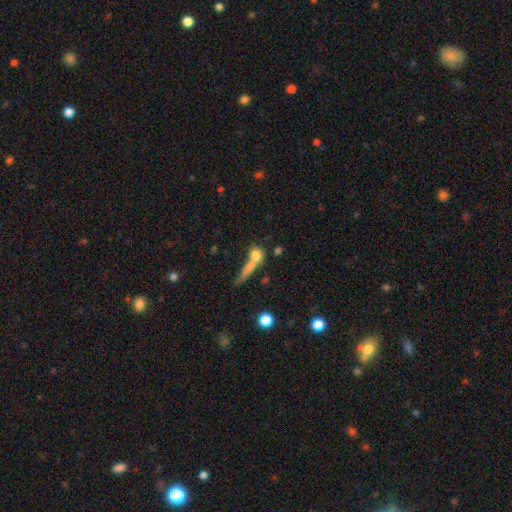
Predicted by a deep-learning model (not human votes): This is likely a smooth galaxy (69%). How rounded: possibly round (53%). Merging: possibly merger (45%).